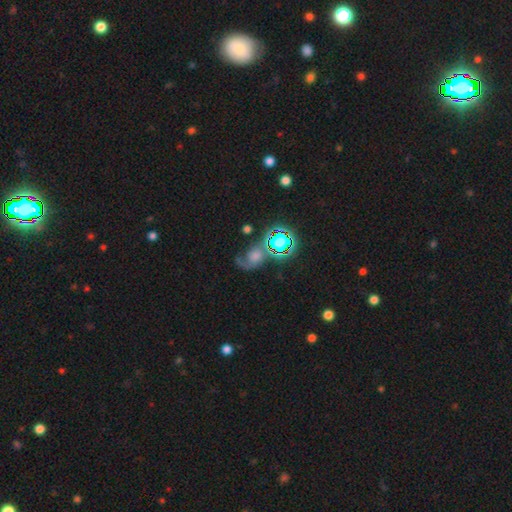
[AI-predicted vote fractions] This appears to be a featured or disk galaxy (44%). Merging: none (51%).